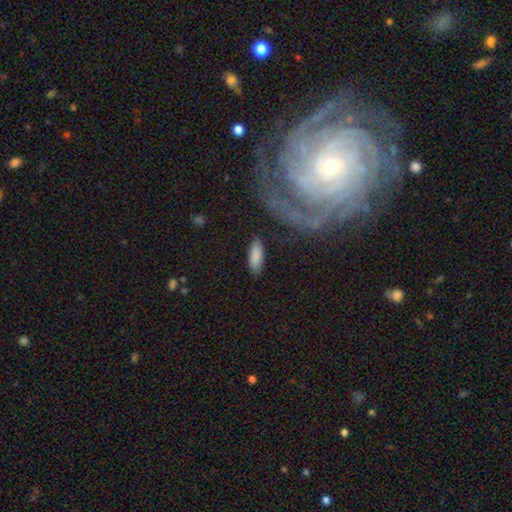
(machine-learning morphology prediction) Smooth or featured: smooth — 86% (featured or disk — 8%)
How rounded: in between — 71% (cigar-shaped — 28%)
Merging: none — 80% (minor disturbance — 14%)